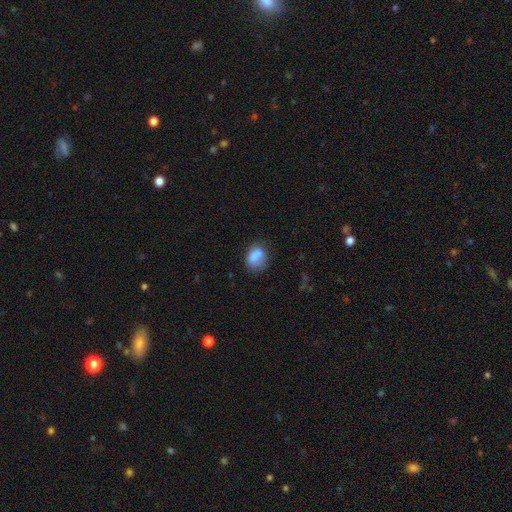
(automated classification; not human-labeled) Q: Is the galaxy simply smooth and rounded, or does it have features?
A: smooth — 73%.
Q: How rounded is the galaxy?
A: in between — 56%.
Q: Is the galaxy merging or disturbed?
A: none — 43%.